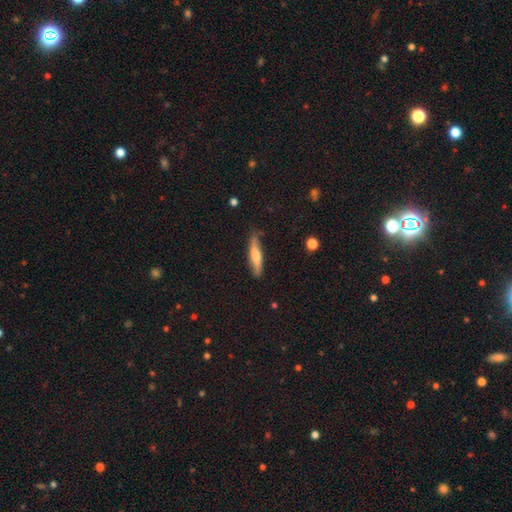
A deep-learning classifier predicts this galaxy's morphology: A smooth galaxy with no disk features (58%) that is cigar-shaped (84%).

Vote fractions:
- Smooth or featured? smooth: 58% / featured or disk: 36% / star or artifact: 6%
- How rounded? cigar-shaped: 84% / in between: 15% / round: 2%
- Merging? none: 75% / minor disturbance: 19% / major disturbance: 3% / merger: 2%